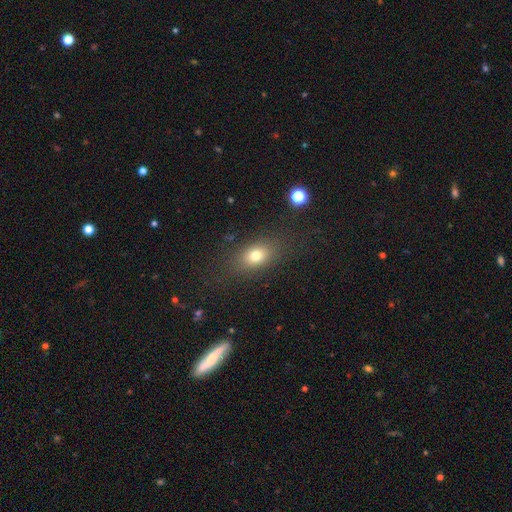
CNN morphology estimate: Overall: smooth (75%). How rounded: in between (73%). Merging: none (79%).